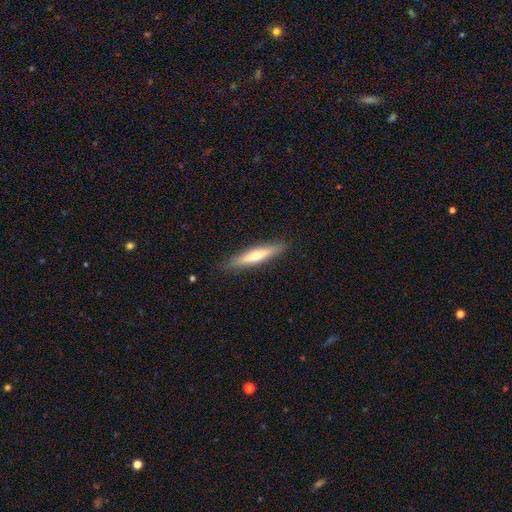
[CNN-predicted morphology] Q: Smooth or featured?
A: smooth (48%); runner-up: featured or disk (46%)
Q: Merging?
A: none (90%); runner-up: minor disturbance (8%)